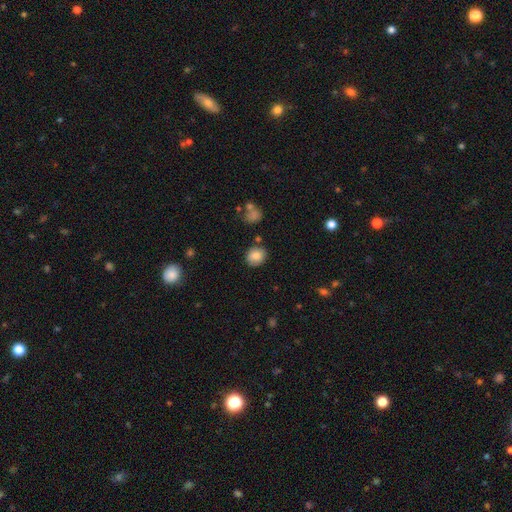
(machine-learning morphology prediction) type=smooth (82%); roundness=round (76%); merging=none (81%).